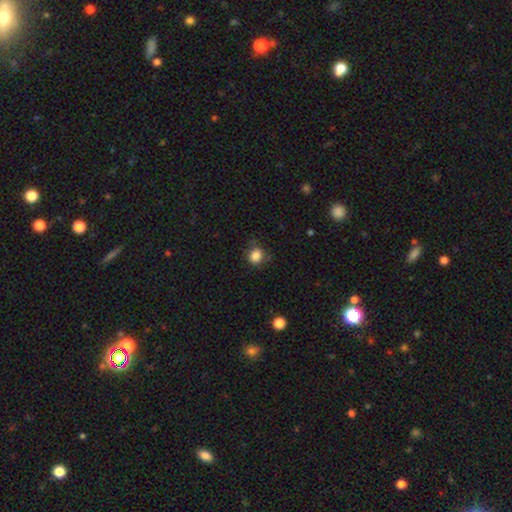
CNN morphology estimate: Smooth or featured? Predicted: smooth (p=0.84). How rounded? Predicted: round (p=0.79). Merging? Predicted: none (p=0.74).